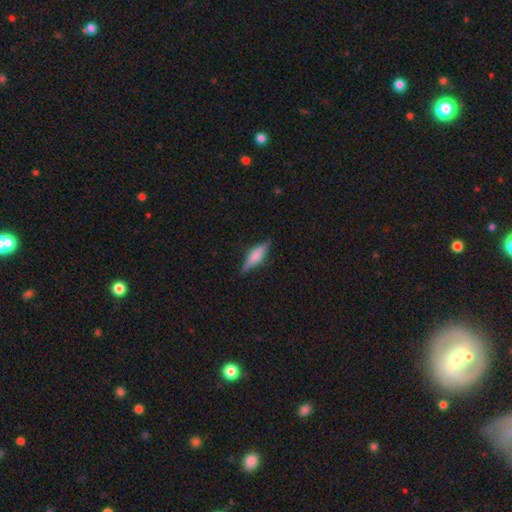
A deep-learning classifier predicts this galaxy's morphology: Smooth or featured: featured or disk — 53% (smooth — 39%)
Edge-on disk: yes — 95% (no — 5%)
Edge-on bulge: rounded — 55% (boxy — 36%)
Merging: none — 84% (minor disturbance — 12%)